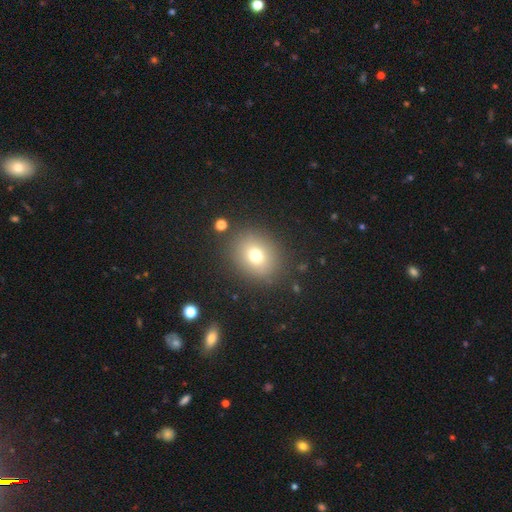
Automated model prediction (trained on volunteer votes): Overall: smooth (73%). How rounded: round (64%; in between 35%). Merging: none (85%).